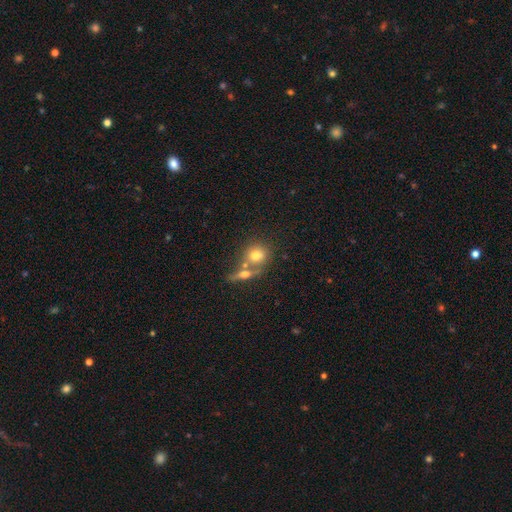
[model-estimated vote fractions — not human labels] A smooth galaxy with no disk features (69%) that is round (75%). Merging: none (48%).